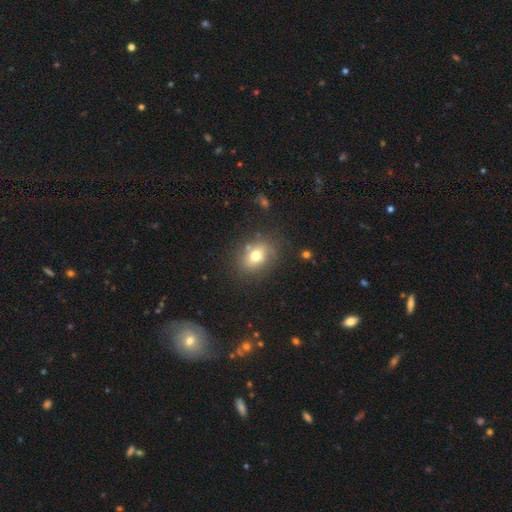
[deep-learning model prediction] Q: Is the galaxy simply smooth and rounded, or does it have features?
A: smooth — 72%.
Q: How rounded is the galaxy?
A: in between — 58%.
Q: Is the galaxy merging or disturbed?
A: none — 76%.